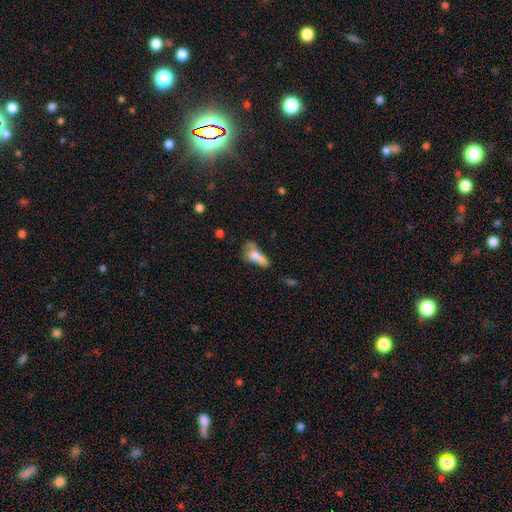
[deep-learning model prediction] Smooth or featured?
  - smooth: 64% *
  - featured or disk: 26%
  - star or artifact: 10%
How rounded?
  - in between: 73% *
  - cigar-shaped: 20%
  - round: 8%
Merging?
  - major disturbance: 34% *
  - minor disturbance: 23%
  - none: 23%
  - merger: 20%